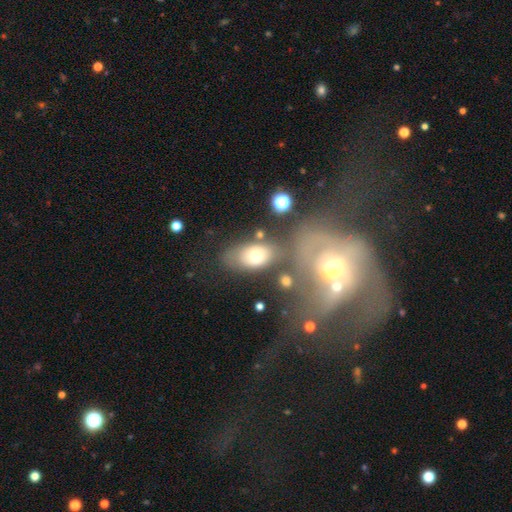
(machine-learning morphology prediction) Smooth or featured: smooth — 65% (featured or disk — 25%)
How rounded: in between — 83% (round — 15%)
Merging: none — 62% (minor disturbance — 17%)